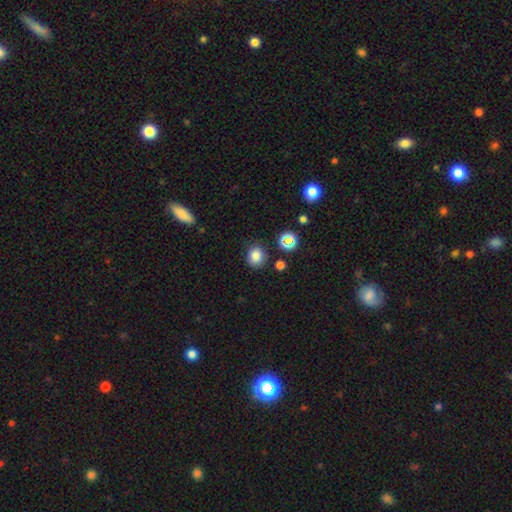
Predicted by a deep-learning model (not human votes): This is clearly a smooth galaxy (81%). How rounded: likely round (77%). Merging: clearly none (82%).